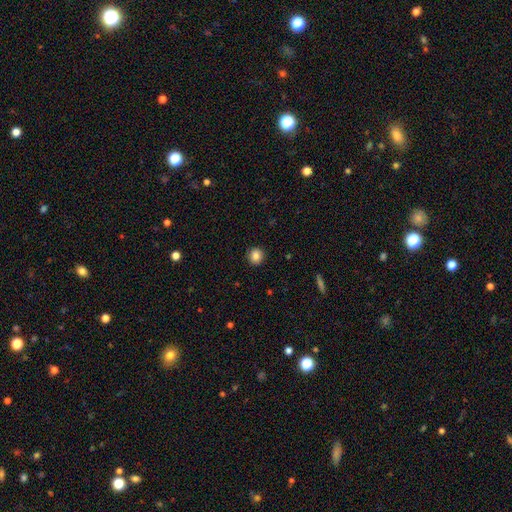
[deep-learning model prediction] smooth 85%, star or artifact 10%, featured or disk 5%. Down the decision tree: how rounded — round (89%); merging — none (92%).